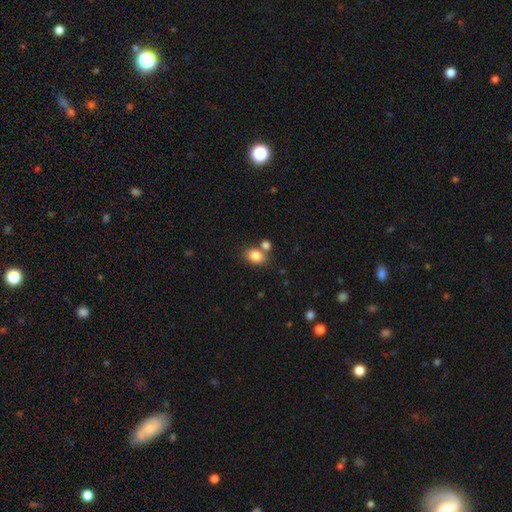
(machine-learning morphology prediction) type=smooth (84%); roundness=in between (67%); merging=none (59%).